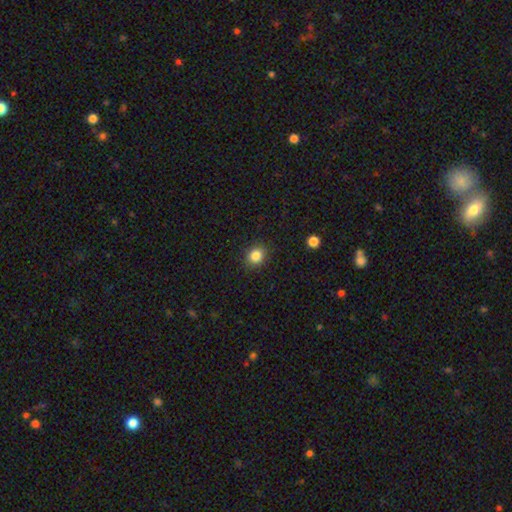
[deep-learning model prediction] The model was most divided on "how rounded": round: 74%, in between: 25%, cigar-shaped: 1%. More confident: merging — none (89%); smooth or featured — smooth (84%).